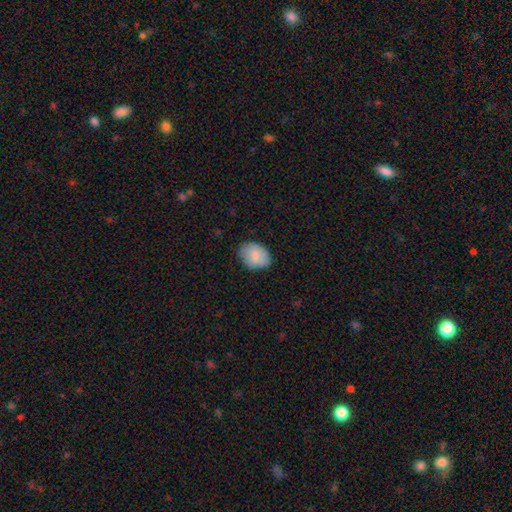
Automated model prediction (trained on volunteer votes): The model was most divided on "how rounded": in between: 70%, round: 29%, cigar-shaped: 1%. More confident: smooth or featured — smooth (84%); merging — none (76%).